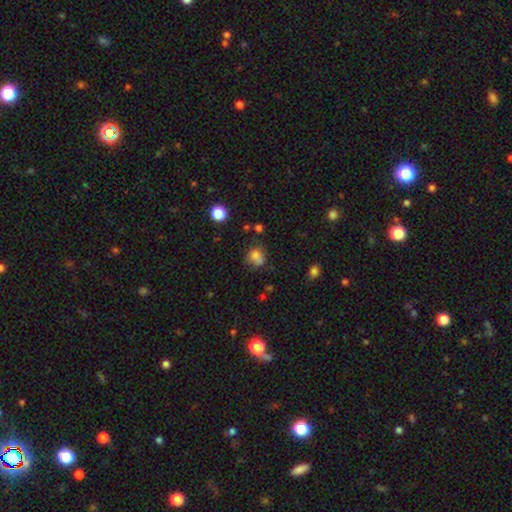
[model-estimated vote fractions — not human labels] A smooth galaxy with no disk features (76%) that is round (70%).

Vote fractions:
- Smooth or featured? smooth: 76% / star or artifact: 14% / featured or disk: 10%
- How rounded? round: 70% / in between: 29% / cigar-shaped: 1%
- Merging? none: 56% / minor disturbance: 26% / major disturbance: 10% / merger: 8%